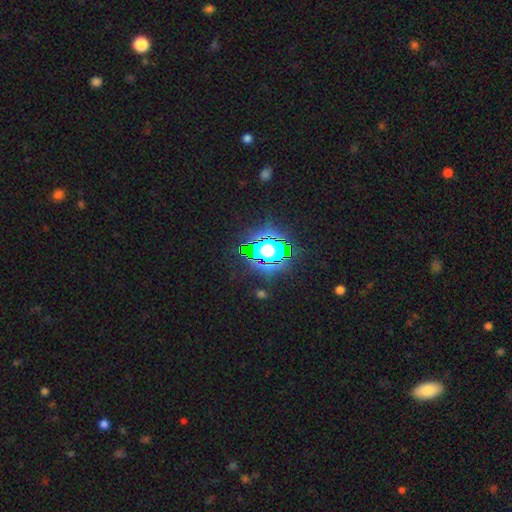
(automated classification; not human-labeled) A star or artifact, not a galaxy (81%).

Vote fractions:
- Smooth or featured? star or artifact: 81% / smooth: 12% / featured or disk: 7%